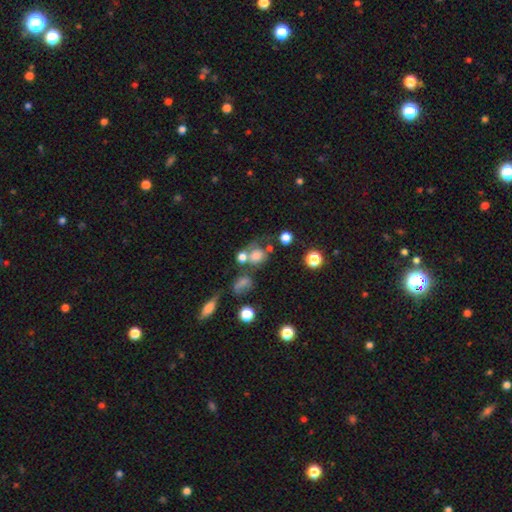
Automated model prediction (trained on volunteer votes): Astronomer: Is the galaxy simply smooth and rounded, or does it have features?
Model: smooth — 70%.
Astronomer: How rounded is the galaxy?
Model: round — 68%.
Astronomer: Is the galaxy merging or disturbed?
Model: none — 38% (runner-up: merger, 32%).